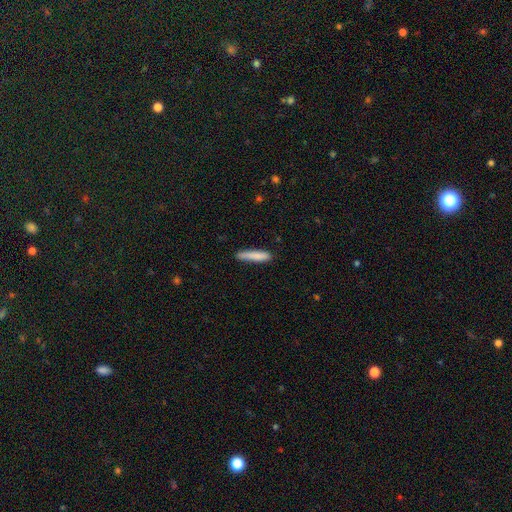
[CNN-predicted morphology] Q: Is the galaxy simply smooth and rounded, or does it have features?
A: smooth — 83%.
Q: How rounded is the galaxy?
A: cigar-shaped — 89%.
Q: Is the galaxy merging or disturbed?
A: none — 81%.